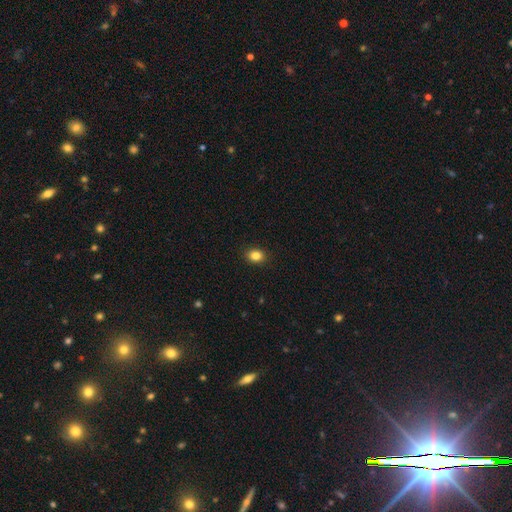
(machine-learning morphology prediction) Smooth or featured? smooth (85%)
How rounded? in between (56%)
Merging? none (91%)